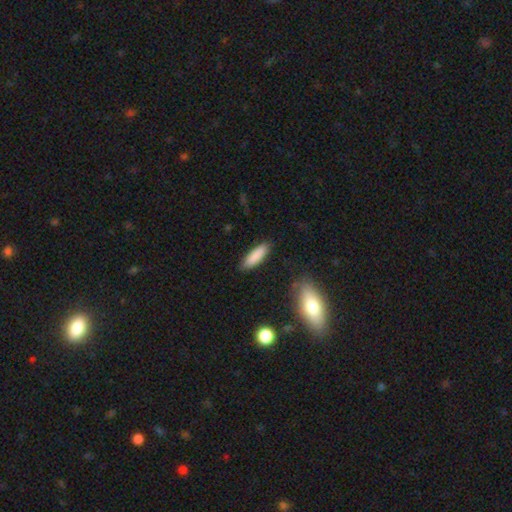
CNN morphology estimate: Smooth or featured? smooth (87%)
How rounded? cigar-shaped (57%)
Merging? none (87%)